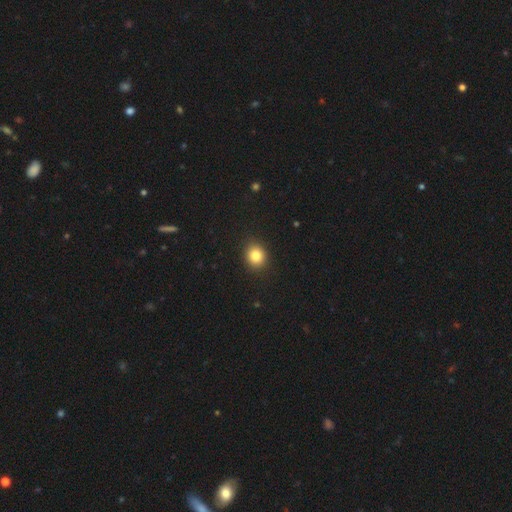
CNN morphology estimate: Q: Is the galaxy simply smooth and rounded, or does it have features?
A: smooth — 84%.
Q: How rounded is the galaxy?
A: round — 74%.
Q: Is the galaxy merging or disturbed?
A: none — 90%.